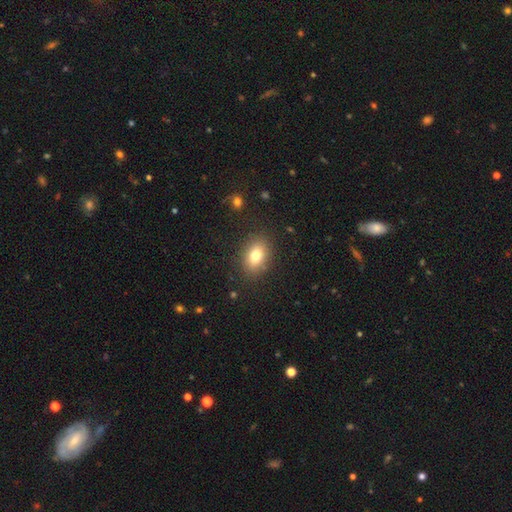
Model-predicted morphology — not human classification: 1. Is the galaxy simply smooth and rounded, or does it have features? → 78% smooth, 12% featured or disk, 10% star or artifact.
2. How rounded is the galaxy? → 78% in between, 20% round, 2% cigar-shaped.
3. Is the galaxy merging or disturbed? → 86% none, 9% minor disturbance, 3% major disturbance, 1% merger.